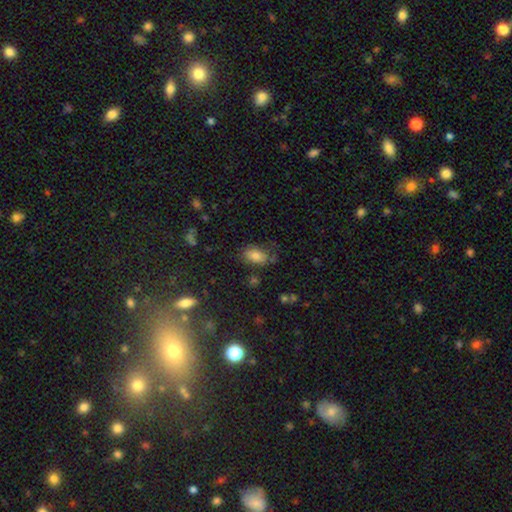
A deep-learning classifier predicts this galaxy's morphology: Q: Smooth or featured?
A: smooth (76%); runner-up: featured or disk (13%)
Q: How rounded?
A: in between (88%); runner-up: round (8%)
Q: Merging?
A: none (65%); runner-up: minor disturbance (23%)